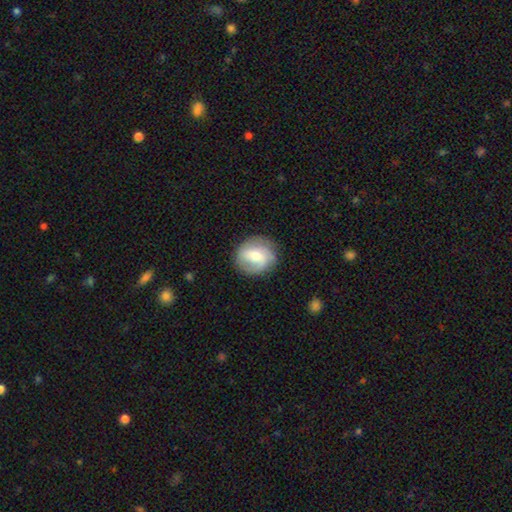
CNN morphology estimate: type=featured or disk (54%); edge-on=no (97%); bar=weak (45%); spiral arms=yes (84%); bulge=moderate (60%); merging=none (81%).